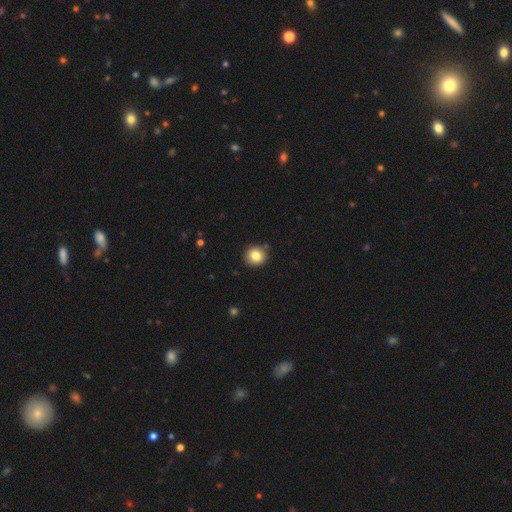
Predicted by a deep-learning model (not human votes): This is clearly a smooth galaxy (82%). How rounded: clearly round (85%). Merging: clearly none (87%).